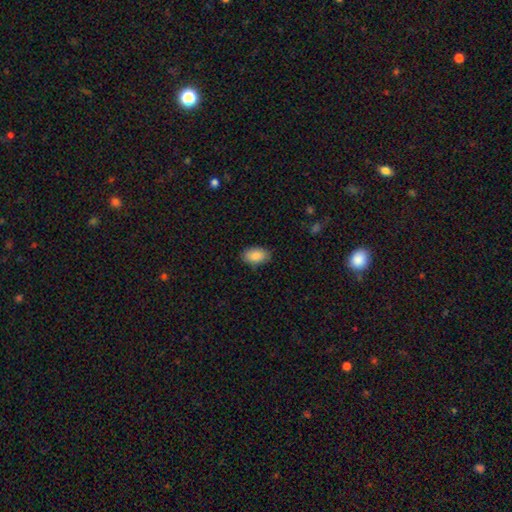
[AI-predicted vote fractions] This appears to be a smooth galaxy with no disk features (87%) that is in between round and cigar-shaped (92%). Merging: none (86%).